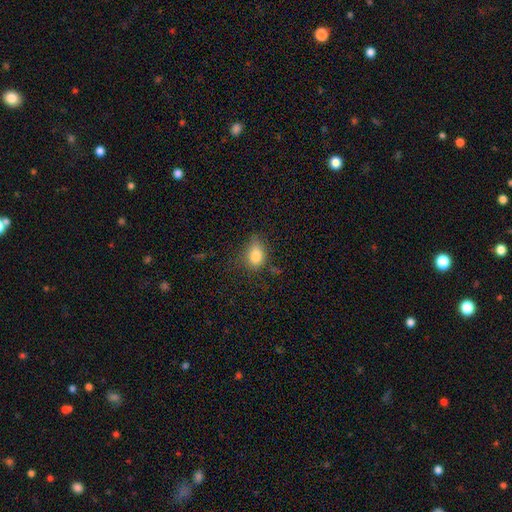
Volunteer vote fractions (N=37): Q: Smooth or featured?
A: smooth (95%); runner-up: featured or disk (3%)
Q: How rounded?
A: in between (69%); runner-up: round (29%)
Q: Merging?
A: none (58%); runner-up: minor disturbance (28%)